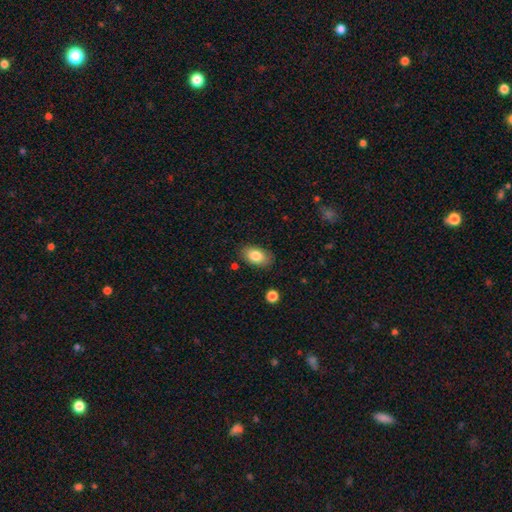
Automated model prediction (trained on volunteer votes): This appears to be a smooth galaxy with no disk features (82%) that is in between round and cigar-shaped (90%). Merging: none (84%).